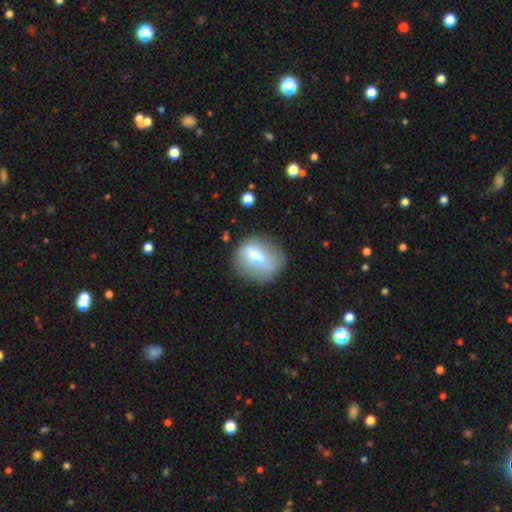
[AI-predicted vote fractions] Overall: smooth (58%; featured or disk 33%). How rounded: round (64%; in between 35%). Merging: none (69%).